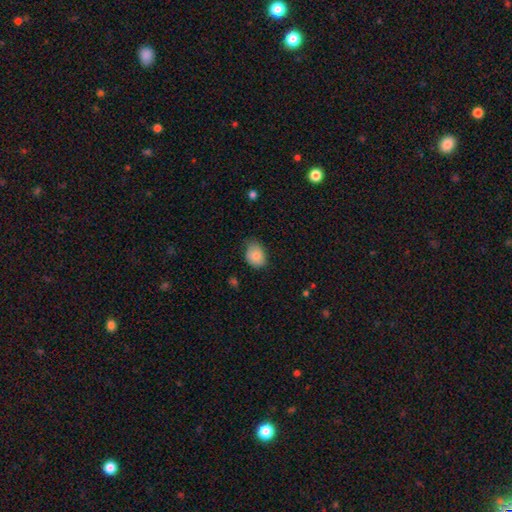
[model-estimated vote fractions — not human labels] Q: Smooth or featured?
A: smooth (84%); runner-up: featured or disk (8%)
Q: How rounded?
A: in between (66%); runner-up: round (33%)
Q: Merging?
A: none (64%); runner-up: minor disturbance (30%)